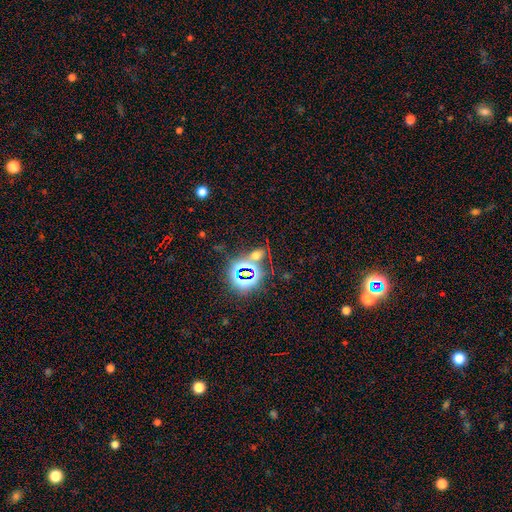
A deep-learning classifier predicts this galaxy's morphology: Smooth or featured: star or artifact — 53% (smooth — 36%)